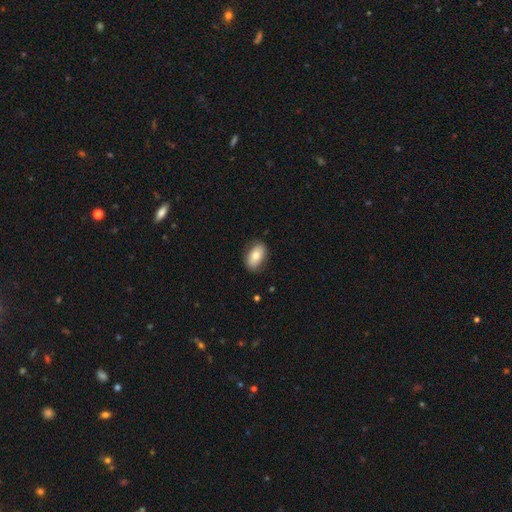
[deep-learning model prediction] This is likely a smooth galaxy (76%). How rounded: clearly in between (91%). Merging: clearly none (82%).